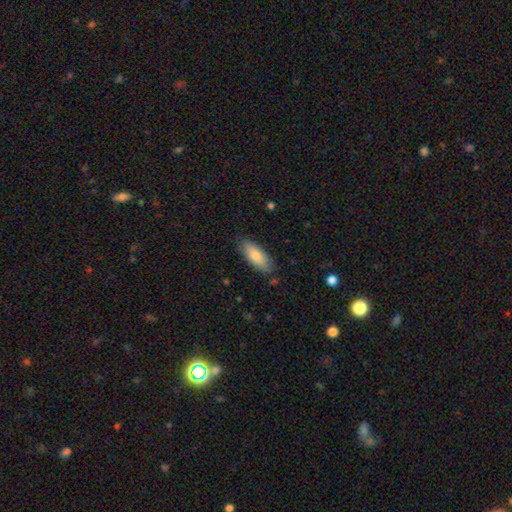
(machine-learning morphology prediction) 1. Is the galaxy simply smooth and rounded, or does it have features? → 80% smooth, 15% featured or disk, 6% star or artifact.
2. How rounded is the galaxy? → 82% in between, 17% cigar-shaped, 2% round.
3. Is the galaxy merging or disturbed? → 82% none, 14% minor disturbance, 3% major disturbance, 1% merger.